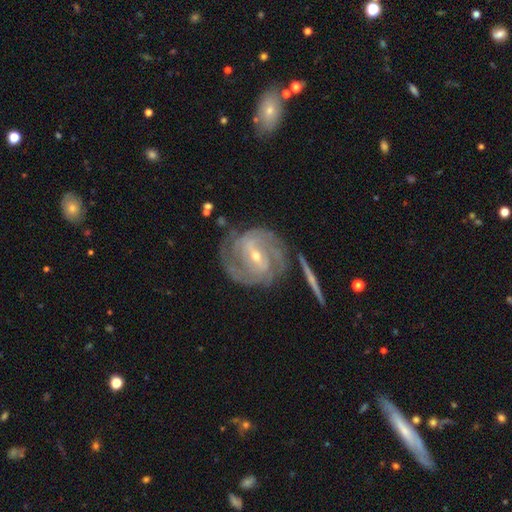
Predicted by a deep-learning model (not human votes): Overall: featured or disk (90%). Edge-on disk: no (97%). Bar: weak (44%; strong 38%). Spiral arms: yes (97%). Spiral arm count: 2 (36%; 3 23%). Spiral winding: tight (64%; medium 30%). Bulge size: small (59%; moderate 39%). Merging: none (73%).